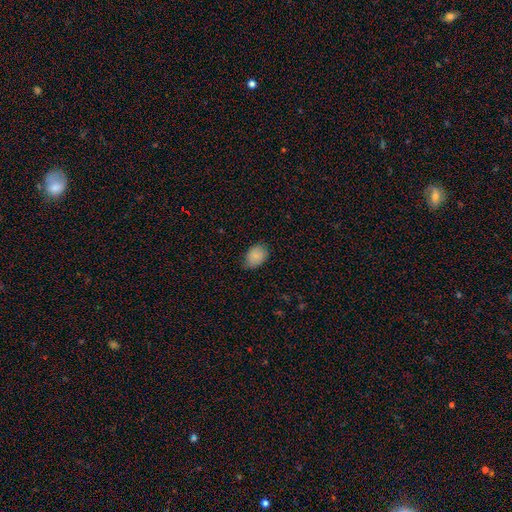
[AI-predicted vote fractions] smooth_or_featured: smooth (p=0.86) [alt: star or artifact p=0.08]
how_rounded: in between (p=0.70) [alt: round p=0.29]
merging: none (p=0.67) [alt: minor disturbance p=0.27]